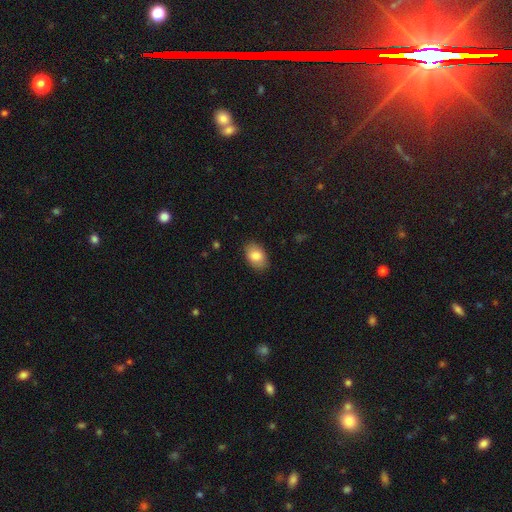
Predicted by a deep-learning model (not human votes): The model was most divided on "smooth or featured": smooth: 84%, featured or disk: 9%, star or artifact: 7%. More confident: how rounded — in between (88%); merging — none (86%).